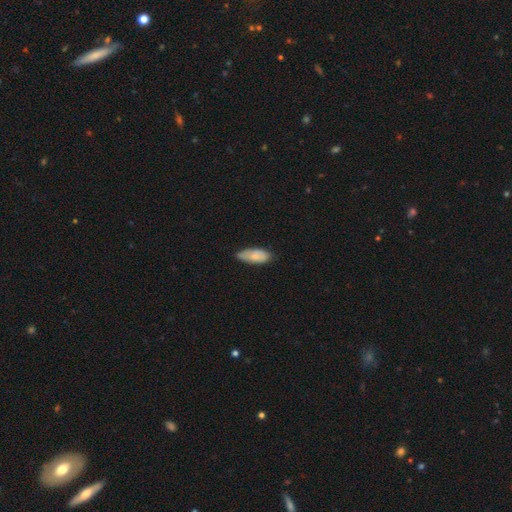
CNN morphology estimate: smooth-or-featured: smooth: 71% | featured or disk: 23% | star or artifact: 6%
  how-rounded: in between: 84% | cigar-shaped: 14% | round: 2%
  merging: none: 66% | minor disturbance: 28% | major disturbance: 4% | merger: 2%